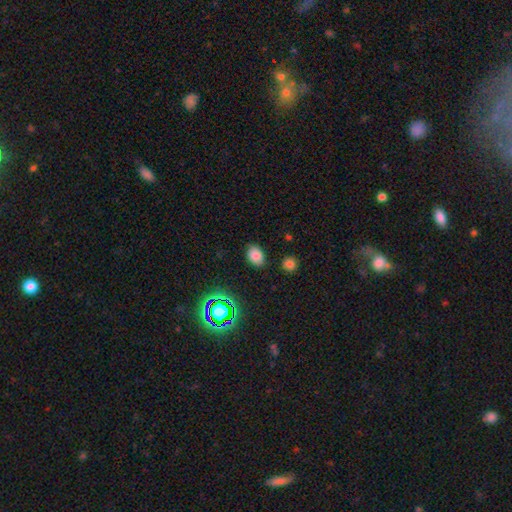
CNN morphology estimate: Overall: smooth (78%). How rounded: in between (80%). Merging: none (82%).